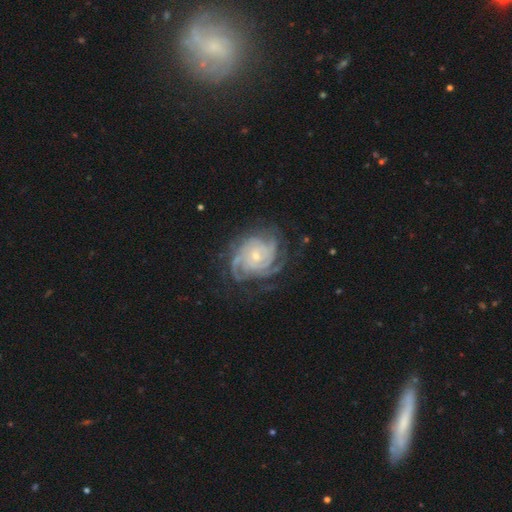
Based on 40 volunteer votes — Smooth or featured: featured or disk — 98% (star or artifact — 2%)
Edge-on disk: no — 95% (yes — 5%)
Bar: no — 65% (weak — 19%)
Spiral arms: yes — 100%
Spiral winding: tight — 89% (medium — 11%)
Spiral arm count: 3 — 38% (can't tell — 27%)
Bulge size: small — 62% (moderate — 35%)
Merging: none — 67% (minor disturbance — 18%)